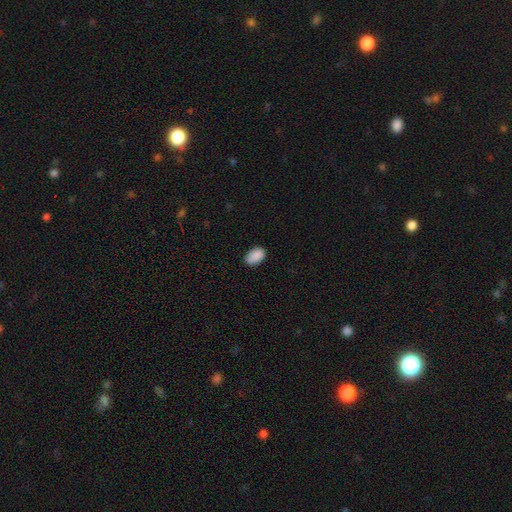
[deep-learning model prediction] Q: Smooth or featured?
A: smooth (89%); runner-up: star or artifact (8%)
Q: How rounded?
A: in between (91%); runner-up: round (8%)
Q: Merging?
A: none (82%); runner-up: minor disturbance (15%)